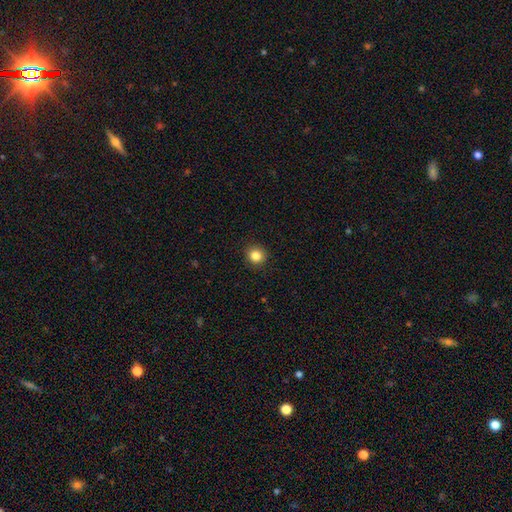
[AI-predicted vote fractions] smooth 84%, star or artifact 11%, featured or disk 5%. Down the decision tree: how rounded — round (90%); merging — none (91%).